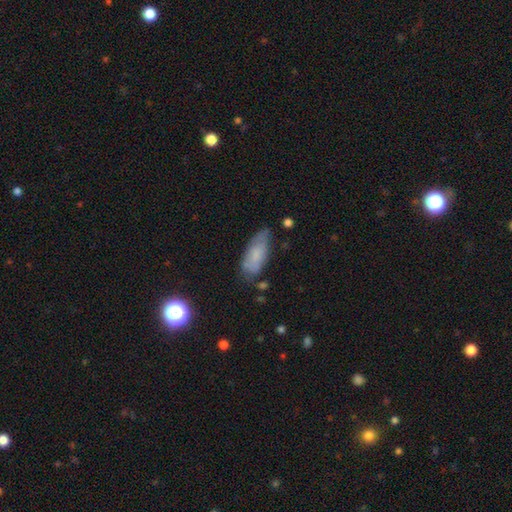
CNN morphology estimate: This appears to be a smooth galaxy with no disk features (71%) that is in between round and cigar-shaped (78%). Merging: none (59%).